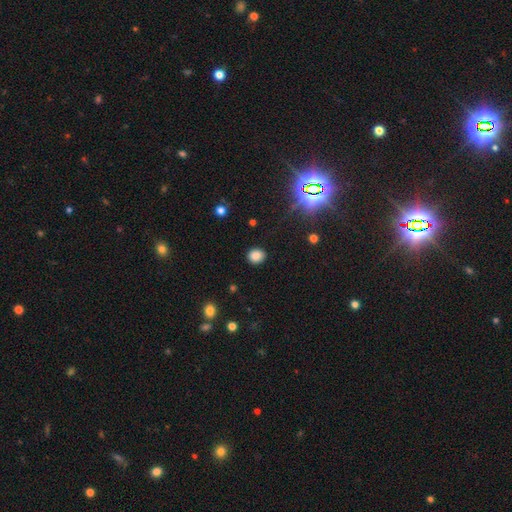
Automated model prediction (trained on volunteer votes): Smooth or featured: smooth — 82% (star or artifact — 13%)
How rounded: round — 80% (in between — 19%)
Merging: none — 90% (minor disturbance — 7%)